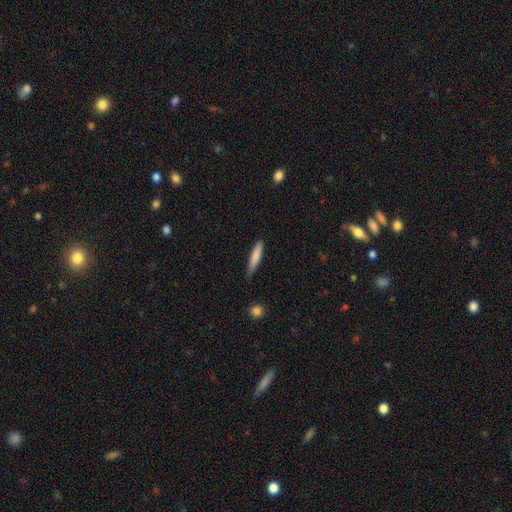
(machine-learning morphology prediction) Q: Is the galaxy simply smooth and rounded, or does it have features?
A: smooth — 79%.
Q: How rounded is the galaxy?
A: cigar-shaped — 90%.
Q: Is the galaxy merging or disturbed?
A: none — 76%.